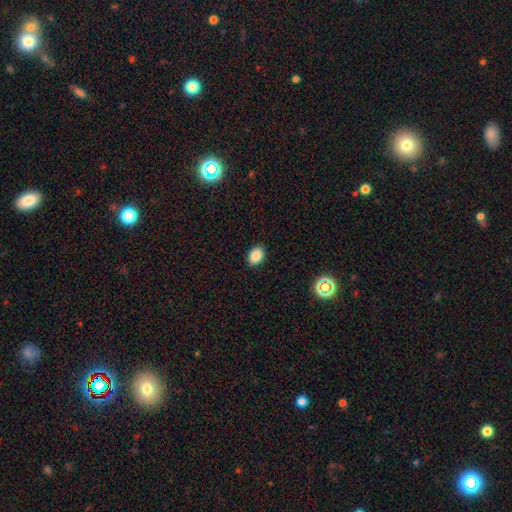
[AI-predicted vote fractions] Smooth or featured? smooth (86%)
How rounded? in between (69%)
Merging? none (89%)